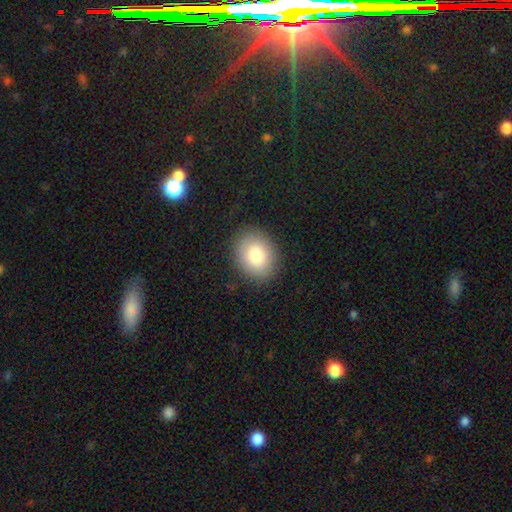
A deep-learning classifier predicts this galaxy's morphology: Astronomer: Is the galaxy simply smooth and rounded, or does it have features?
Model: smooth — 82%.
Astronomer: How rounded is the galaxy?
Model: round — 50% (runner-up: in between, 49%).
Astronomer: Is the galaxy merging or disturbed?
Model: none — 86%.